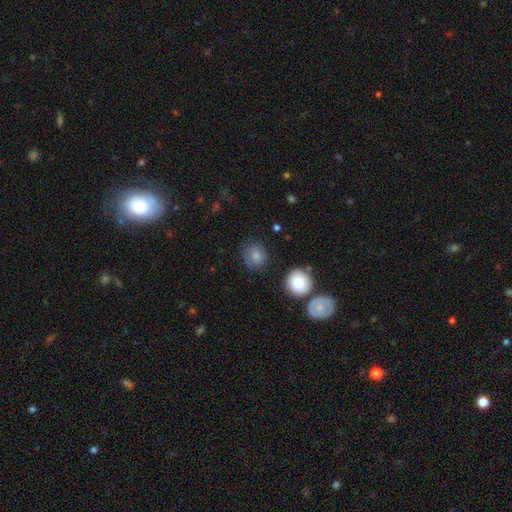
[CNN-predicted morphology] smooth_or_featured: smooth (p=0.80) [alt: featured or disk p=0.11]
how_rounded: round (p=0.83) [alt: in between p=0.16]
merging: none (p=0.77) [alt: minor disturbance p=0.15]